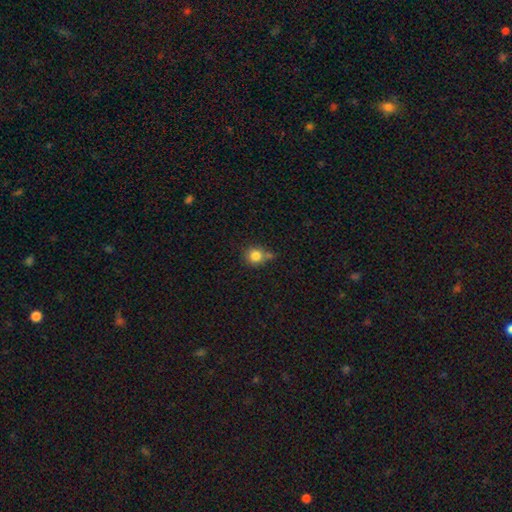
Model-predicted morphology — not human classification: smooth_or_featured: smooth (p=0.83) [alt: star or artifact p=0.10]
how_rounded: round (p=0.88) [alt: in between p=0.11]
merging: none (p=0.58) [alt: merger p=0.19]